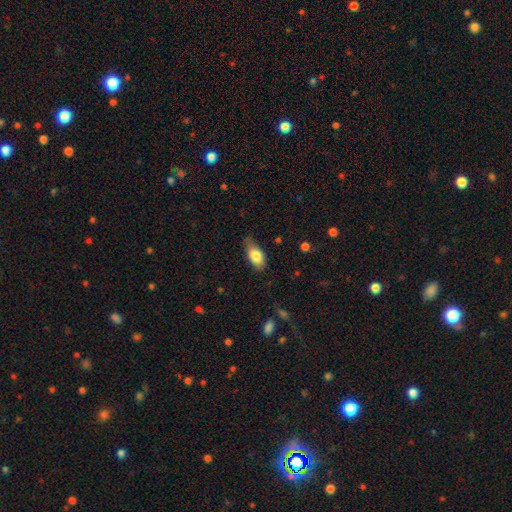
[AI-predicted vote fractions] Smooth or featured? Predicted: smooth (p=0.81). How rounded? Predicted: in between (p=0.90). Merging? Predicted: none (p=0.66).